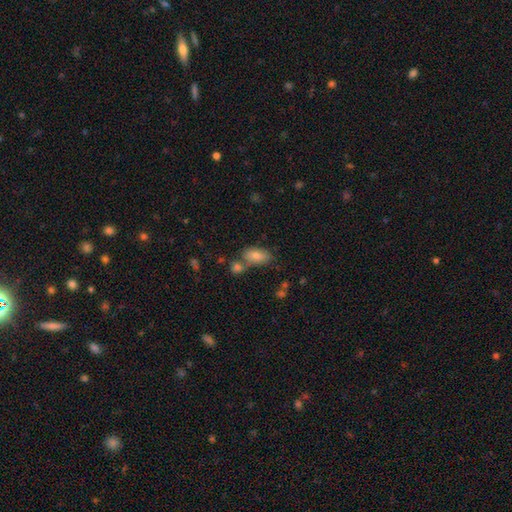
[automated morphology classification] Smooth or featured? Predicted: smooth (p=0.77). How rounded? Predicted: in between (p=0.88). Merging? Predicted: none (p=0.58).